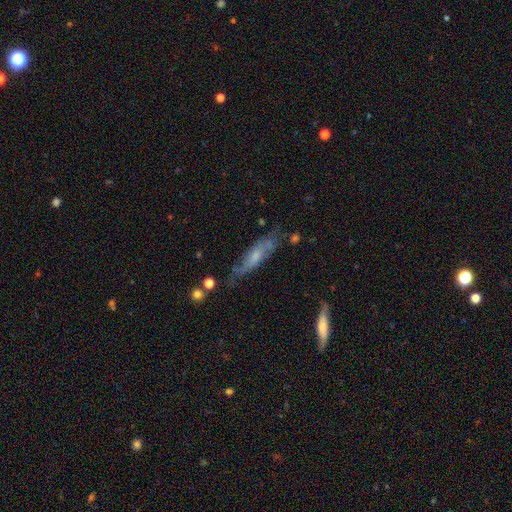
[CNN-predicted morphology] featured or disk 60%, smooth 32%, star or artifact 8%. Down the decision tree: edge-on disk — no (60%); merging — none (57%).